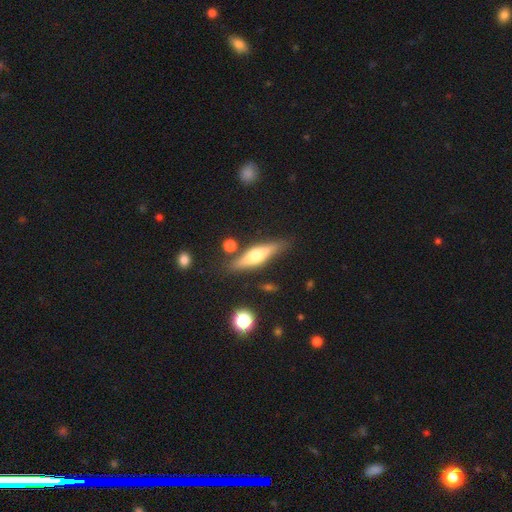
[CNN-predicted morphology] Q: Smooth or featured?
A: featured or disk (56%); runner-up: smooth (37%)
Q: Edge-on disk?
A: yes (92%); runner-up: no (8%)
Q: Edge-on bulge?
A: rounded (91%); runner-up: boxy (6%)
Q: Merging?
A: none (81%); runner-up: minor disturbance (12%)